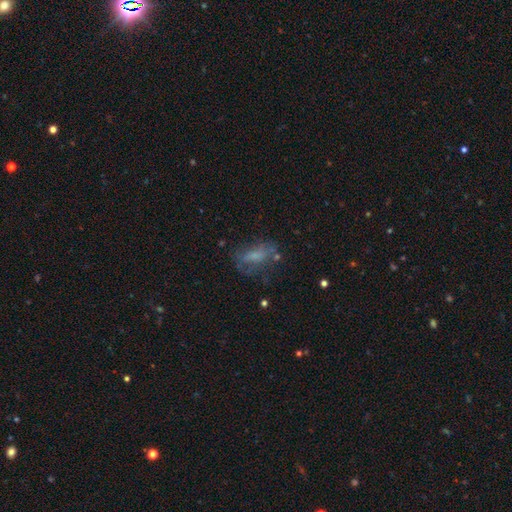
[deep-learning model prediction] Smooth or featured? Predicted: smooth (p=0.48). Merging? Predicted: none (p=0.50).